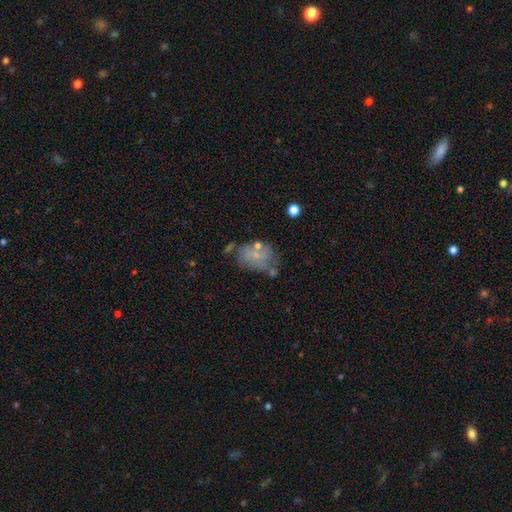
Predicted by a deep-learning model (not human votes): Smooth or featured? Predicted: featured or disk (p=0.45). Merging? Predicted: none (p=0.43).